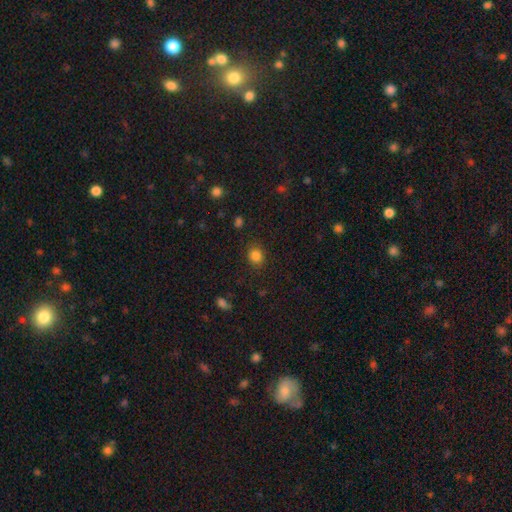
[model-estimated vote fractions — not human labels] This appears to be a smooth galaxy with no disk features (83%) that is round (64%). Merging: none (86%).